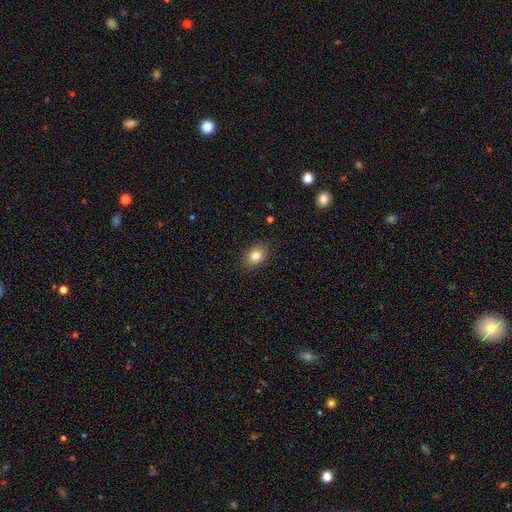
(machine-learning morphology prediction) Overall: smooth (83%). How rounded: in between (69%; round 30%). Merging: none (88%).